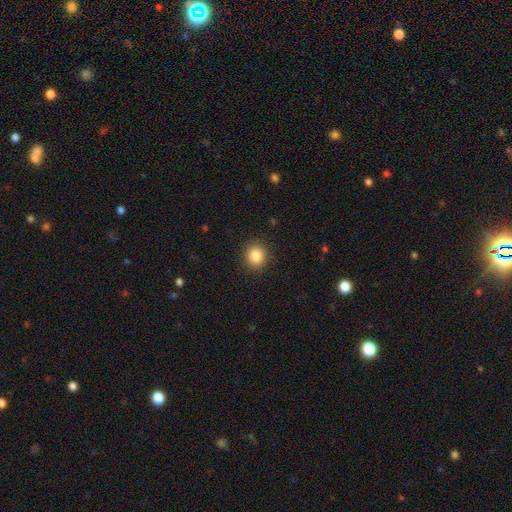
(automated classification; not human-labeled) Q: Smooth or featured?
A: smooth (84%); runner-up: star or artifact (10%)
Q: How rounded?
A: round (83%); runner-up: in between (16%)
Q: Merging?
A: none (91%); runner-up: minor disturbance (6%)